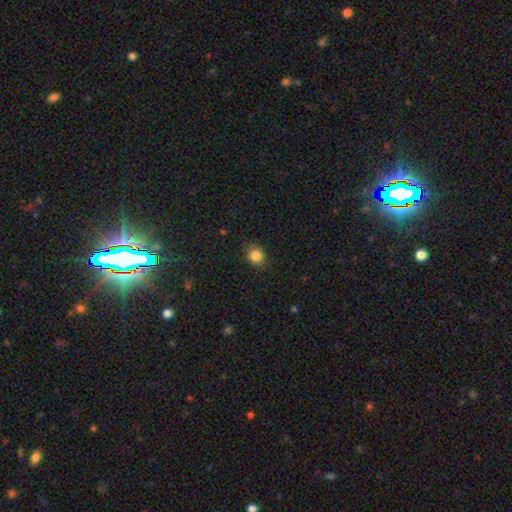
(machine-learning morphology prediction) Smooth or featured? Predicted: smooth (p=0.85). How rounded? Predicted: round (p=0.68). Merging? Predicted: none (p=0.85).